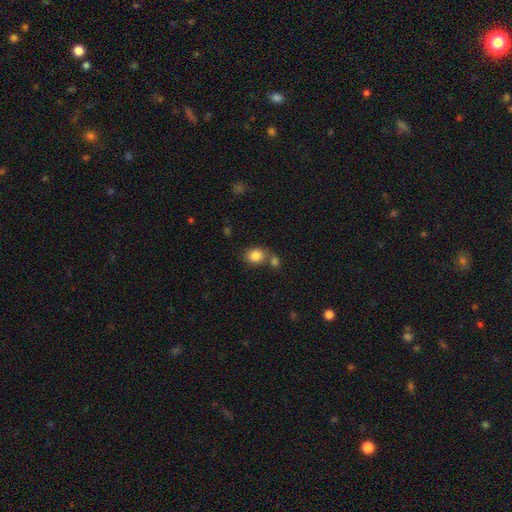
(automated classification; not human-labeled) A smooth galaxy with no disk features (84%) that is round (53%).

Vote fractions:
- Smooth or featured? smooth: 84% / star or artifact: 9% / featured or disk: 6%
- How rounded? round: 53% / in between: 46% / cigar-shaped: 1%
- Merging? none: 56% / merger: 29% / minor disturbance: 11% / major disturbance: 4%